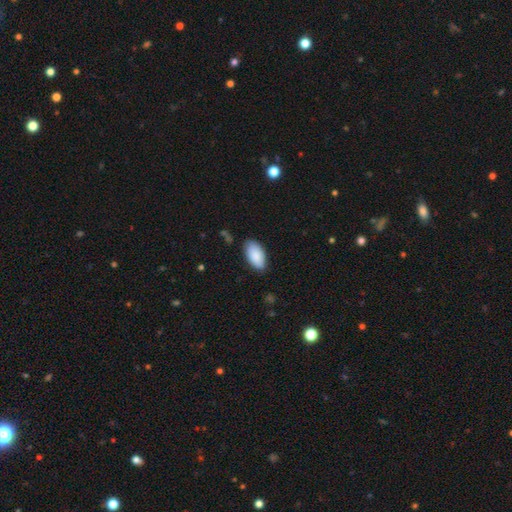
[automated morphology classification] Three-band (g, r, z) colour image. It shows a smooth galaxy with no disk features (89%) that is in between round and cigar-shaped (95%). Merging: none (80%).